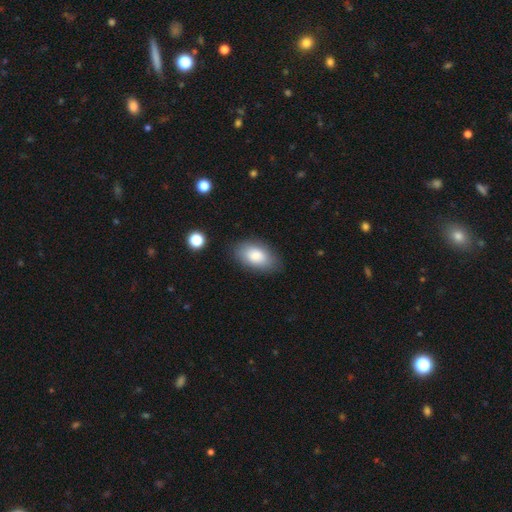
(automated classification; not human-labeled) Morphology: type=smooth (83%); roundness=in between (93%); merging=none (81%).